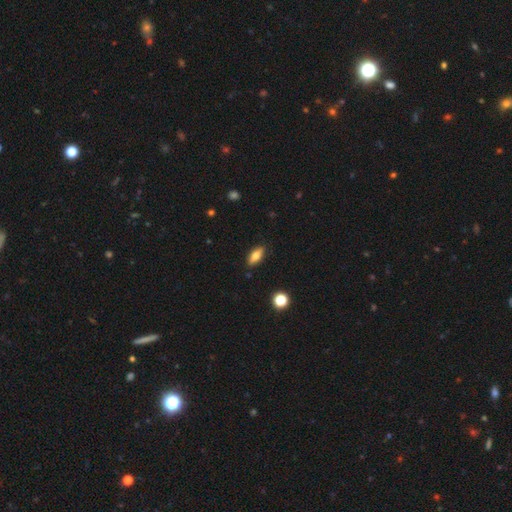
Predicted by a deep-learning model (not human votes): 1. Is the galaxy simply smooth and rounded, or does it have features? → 74% smooth, 18% featured or disk, 8% star or artifact.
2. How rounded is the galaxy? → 80% in between, 16% cigar-shaped, 3% round.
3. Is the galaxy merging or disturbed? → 87% none, 9% minor disturbance, 2% major disturbance, 1% merger.